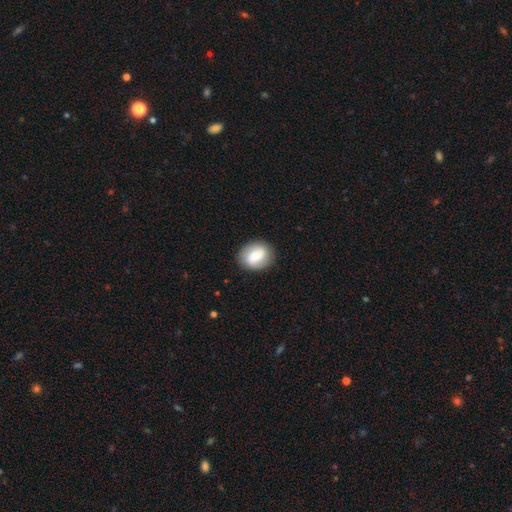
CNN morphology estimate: type=smooth (66%); roundness=round (55%); merging=none (86%).